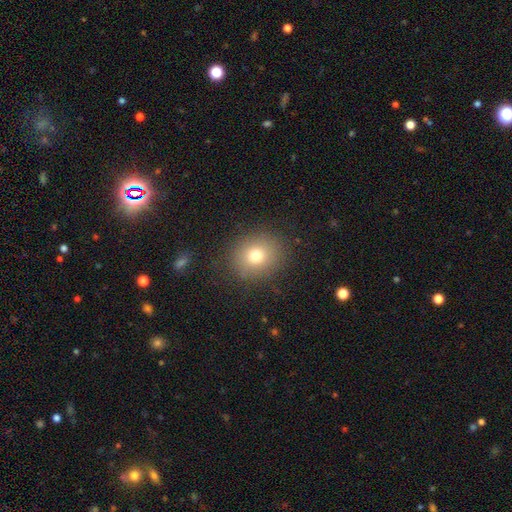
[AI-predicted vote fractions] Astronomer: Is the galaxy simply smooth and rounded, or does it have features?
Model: smooth — 77%.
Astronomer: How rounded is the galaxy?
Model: round — 71%.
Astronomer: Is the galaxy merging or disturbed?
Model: none — 85%.